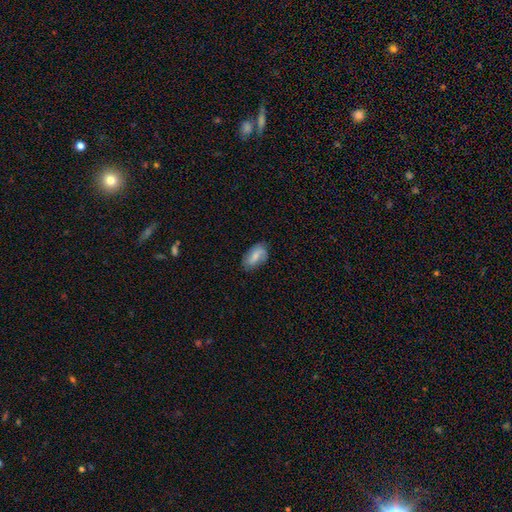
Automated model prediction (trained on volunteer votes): Morphology: type=smooth (66%); roundness=in between (91%); merging=none (73%).